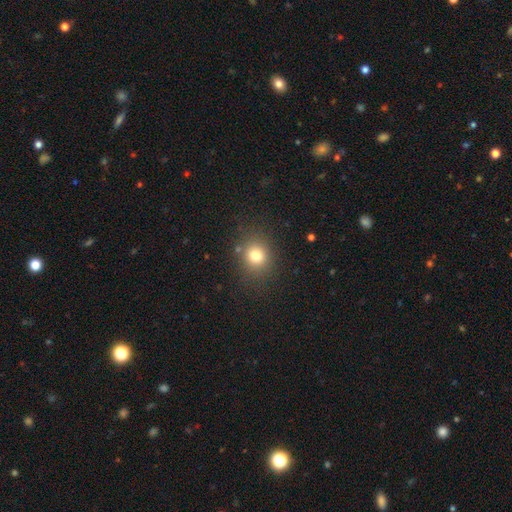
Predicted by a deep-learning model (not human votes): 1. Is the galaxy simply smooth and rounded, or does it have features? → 78% smooth, 14% star or artifact, 8% featured or disk.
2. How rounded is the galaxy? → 76% round, 23% in between, 1% cigar-shaped.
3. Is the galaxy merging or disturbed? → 83% none, 10% minor disturbance, 4% major disturbance, 3% merger.